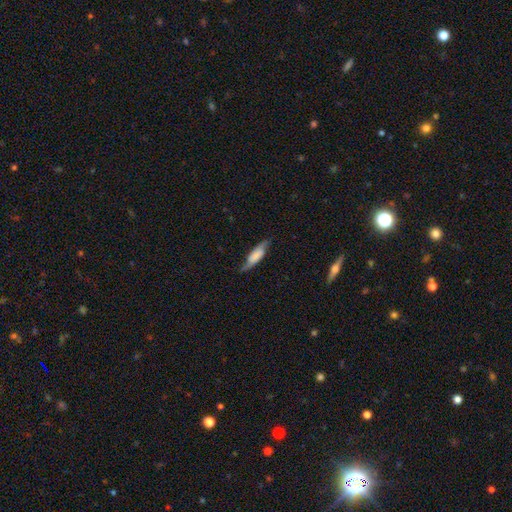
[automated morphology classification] A smooth galaxy with no disk features (52%) that is cigar-shaped (58%). Merging: none (71%).